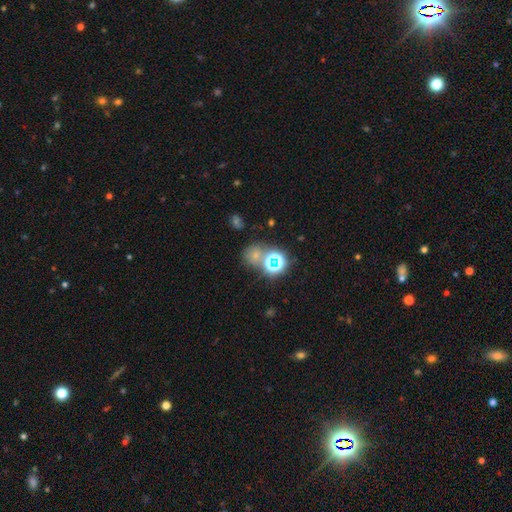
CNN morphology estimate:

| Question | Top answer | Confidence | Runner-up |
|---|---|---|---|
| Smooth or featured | smooth | 48% | star or artifact (42%) |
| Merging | none | 58% | merger (23%) |